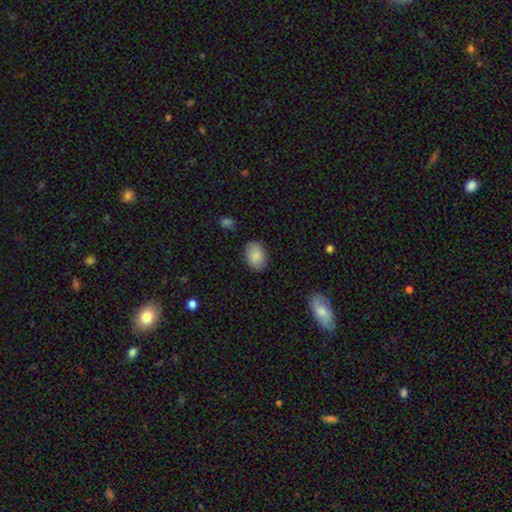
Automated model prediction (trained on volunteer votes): Smooth or featured: smooth — 87% (star or artifact — 7%)
How rounded: in between — 82% (round — 17%)
Merging: none — 85% (minor disturbance — 11%)